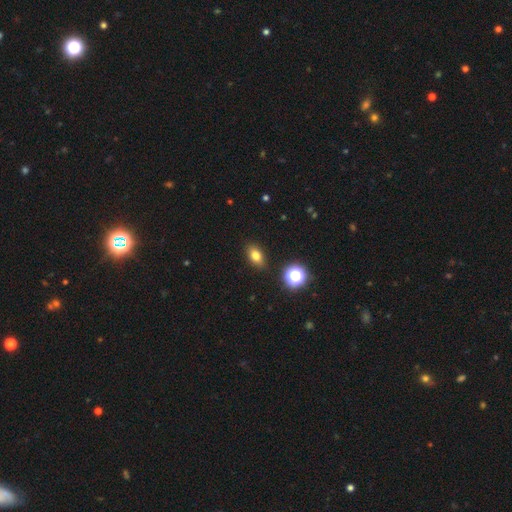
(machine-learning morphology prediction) Smooth or featured?
  - smooth: 78% *
  - star or artifact: 14%
  - featured or disk: 9%
How rounded?
  - in between: 79% *
  - round: 18%
  - cigar-shaped: 3%
Merging?
  - none: 88% *
  - minor disturbance: 8%
  - major disturbance: 2%
  - merger: 2%